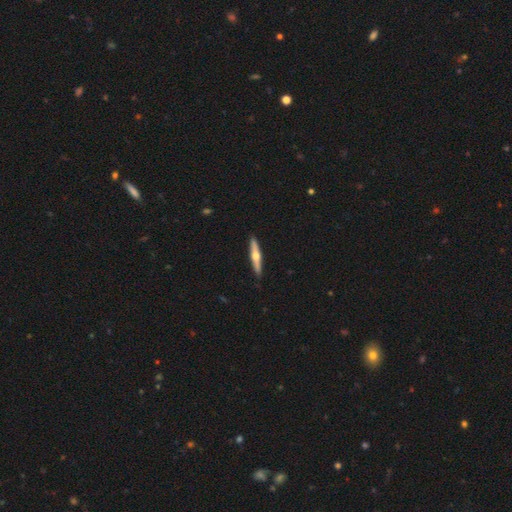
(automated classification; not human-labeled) This appears to be a featured or disk galaxy (60%) viewed edge-on (96%) with a rounded central bulge (93%). Merging: none (91%).